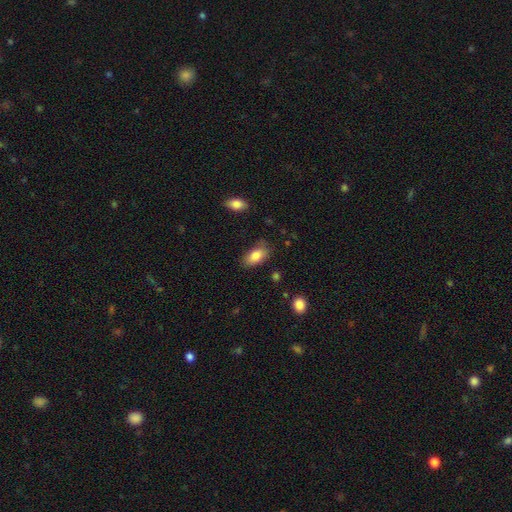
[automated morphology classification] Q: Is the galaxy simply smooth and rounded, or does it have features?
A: smooth — 84%.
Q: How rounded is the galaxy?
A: in between — 92%.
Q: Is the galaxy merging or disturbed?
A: none — 78%.